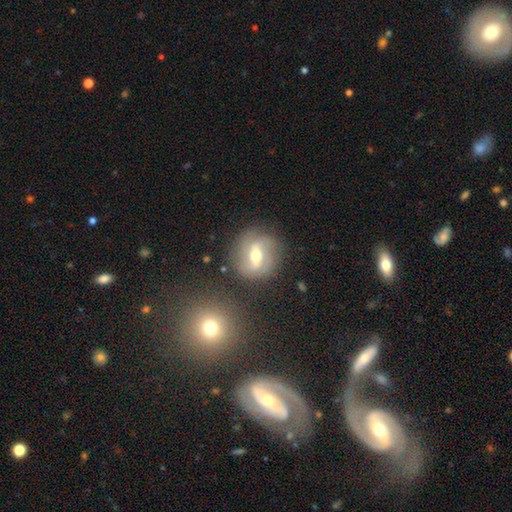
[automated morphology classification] Smooth or featured? featured or disk (70%)
Edge-on disk? no (95%)
Bar? weak (47%)
Spiral arms? yes (83%)
Spiral winding? medium (41%)
Spiral arm count? 2 (67%)
Bulge size? moderate (68%)
Merging? none (80%)